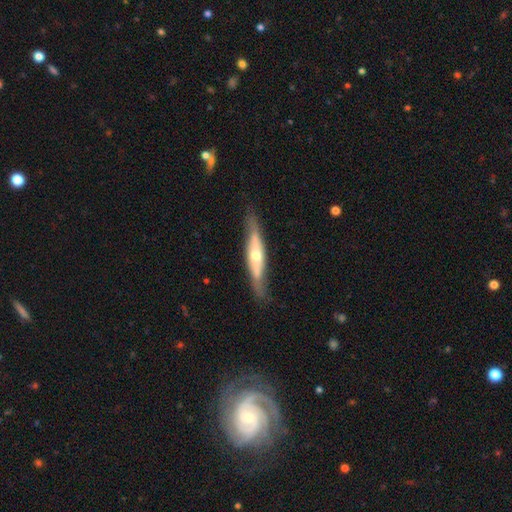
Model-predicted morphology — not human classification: smooth_or_featured: featured or disk (p=0.62) [alt: smooth p=0.33]
disk_edge_on: yes (p=0.78) [alt: no p=0.22]
merging: none (p=0.77) [alt: minor disturbance p=0.17]